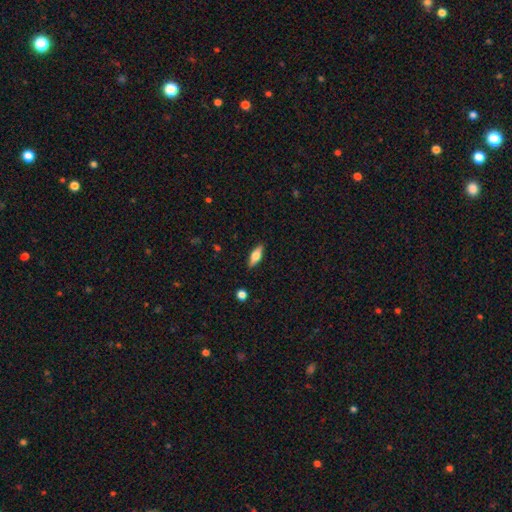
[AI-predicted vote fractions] Smooth or featured: smooth — 54% (featured or disk — 39%)
How rounded: in between — 58% (cigar-shaped — 39%)
Merging: none — 88% (minor disturbance — 9%)